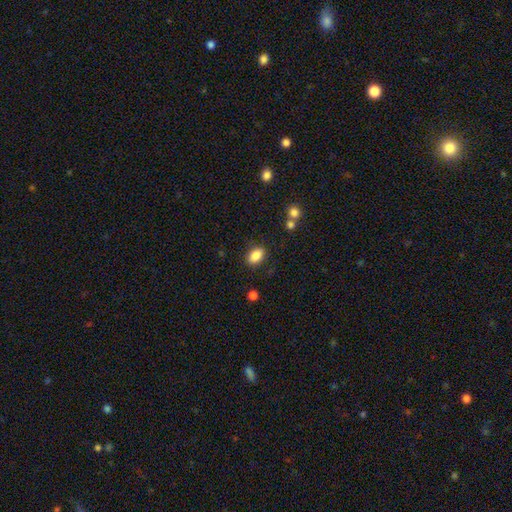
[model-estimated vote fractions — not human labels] Smooth or featured?
  - smooth: 86% *
  - star or artifact: 8%
  - featured or disk: 5%
How rounded?
  - in between: 86% *
  - round: 12%
  - cigar-shaped: 2%
Merging?
  - none: 86% *
  - minor disturbance: 9%
  - major disturbance: 3%
  - merger: 2%